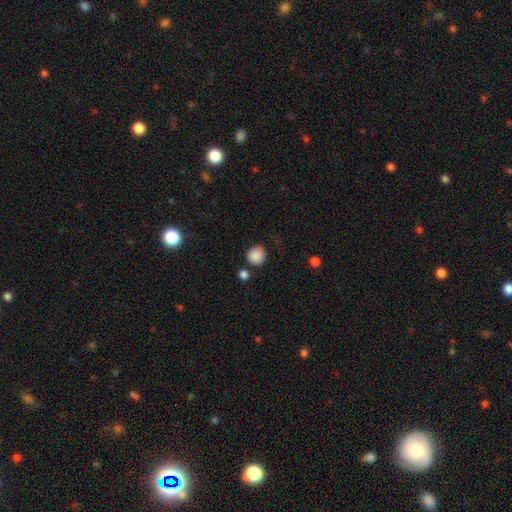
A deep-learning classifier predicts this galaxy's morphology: Q: Smooth or featured?
A: smooth (87%); runner-up: star or artifact (9%)
Q: How rounded?
A: round (91%); runner-up: in between (8%)
Q: Merging?
A: none (80%); runner-up: minor disturbance (11%)